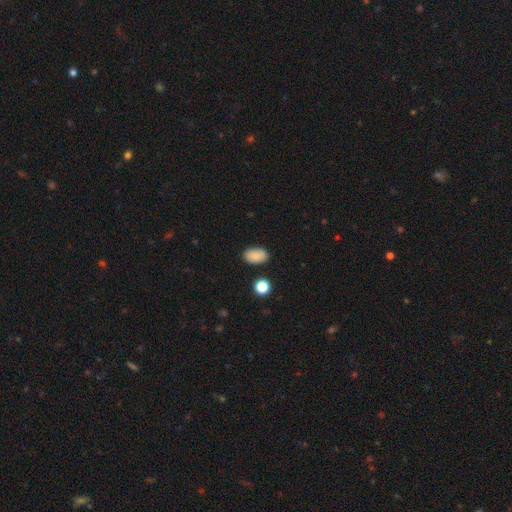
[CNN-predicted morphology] Smooth or featured?
  - smooth: 86% *
  - star or artifact: 8%
  - featured or disk: 6%
How rounded?
  - in between: 91% *
  - round: 8%
  - cigar-shaped: 1%
Merging?
  - none: 86% *
  - minor disturbance: 10%
  - major disturbance: 2%
  - merger: 2%